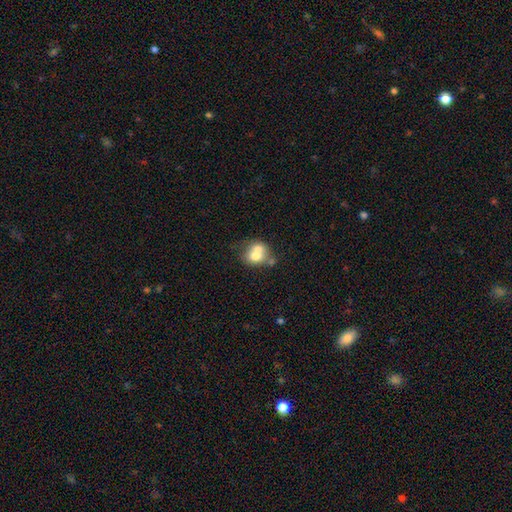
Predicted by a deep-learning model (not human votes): Q: Smooth or featured?
A: smooth (67%); runner-up: featured or disk (24%)
Q: How rounded?
A: round (63%); runner-up: in between (36%)
Q: Merging?
A: merger (58%); runner-up: none (27%)